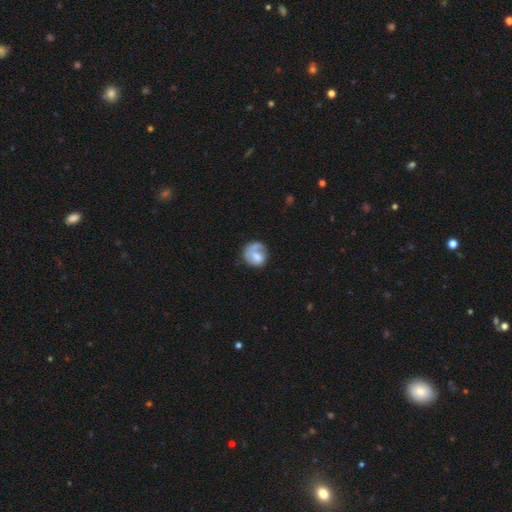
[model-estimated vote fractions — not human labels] smooth_or_featured: smooth (p=0.53) [alt: featured or disk p=0.40]
how_rounded: round (p=0.74) [alt: in between p=0.25]
merging: none (p=0.49) [alt: minor disturbance p=0.22]